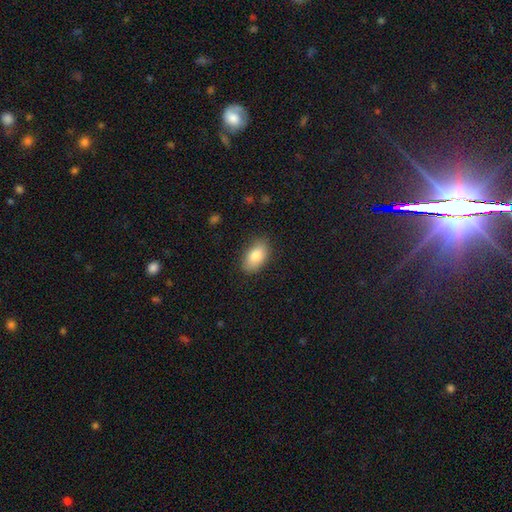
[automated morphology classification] type=smooth (84%); roundness=in between (92%); merging=none (83%).